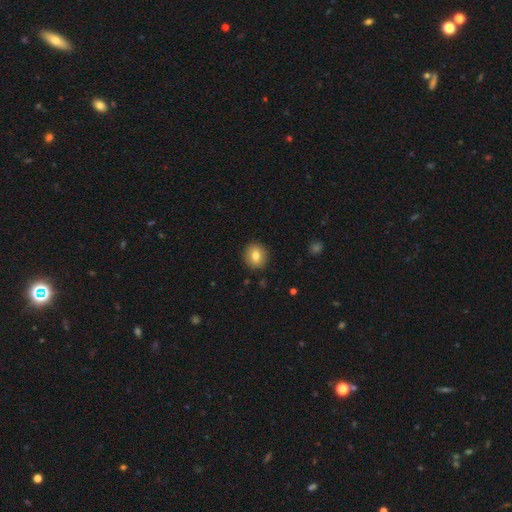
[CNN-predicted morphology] This appears to be a smooth galaxy with no disk features (80%) that is round (88%). Merging: none (91%).